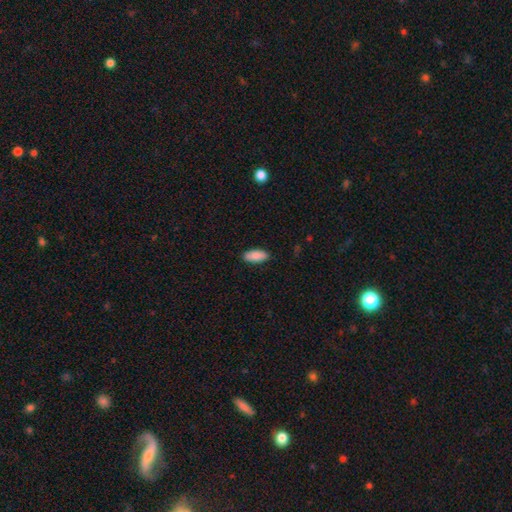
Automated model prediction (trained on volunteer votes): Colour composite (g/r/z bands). It shows a smooth galaxy with no disk features (90%) that is in between round and cigar-shaped (85%). Merging: none (88%).